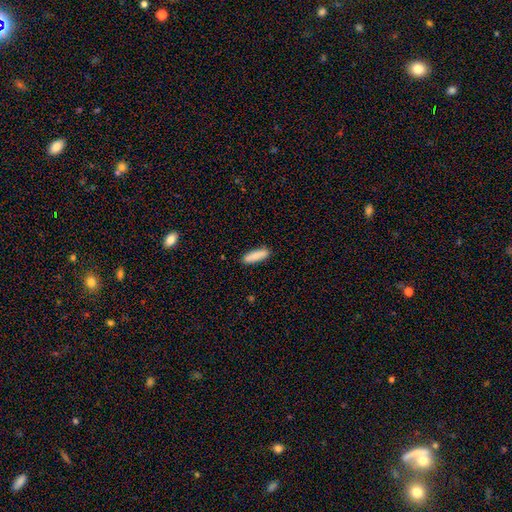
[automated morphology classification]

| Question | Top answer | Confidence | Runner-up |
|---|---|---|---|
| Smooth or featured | smooth | 86% | featured or disk (8%) |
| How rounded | cigar-shaped | 63% | in between (36%) |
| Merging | none | 87% | minor disturbance (9%) |